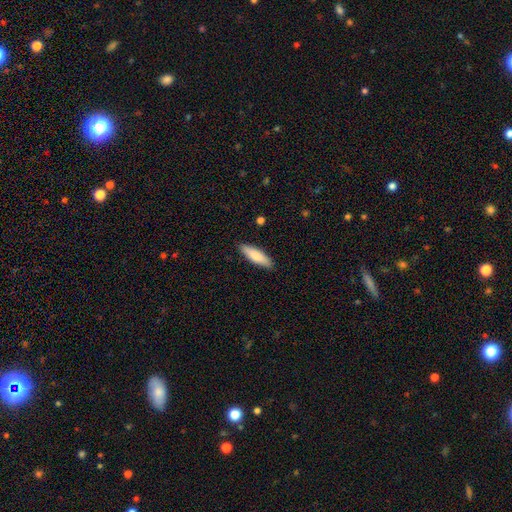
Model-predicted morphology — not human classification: A smooth galaxy with no disk features (83%) that is cigar-shaped (55%). Merging: none (89%).